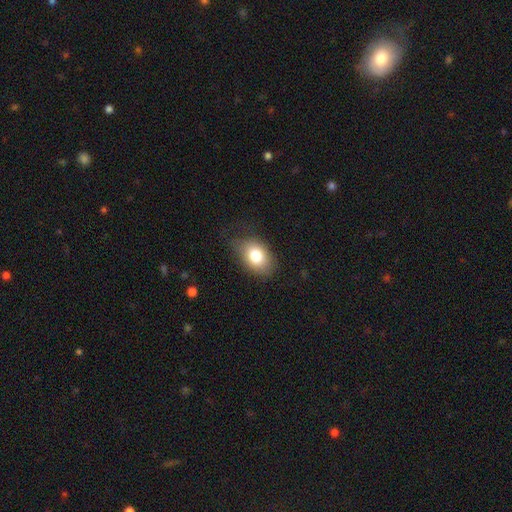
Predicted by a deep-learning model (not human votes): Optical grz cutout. It shows a smooth galaxy with no disk features (80%) that is in between round and cigar-shaped (81%). Merging: none (69%).